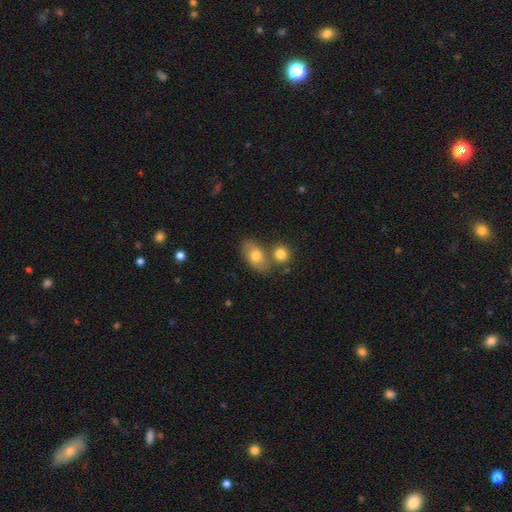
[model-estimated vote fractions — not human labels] The model was most divided on "merging": none: 56%, merger: 25%, minor disturbance: 14%, major disturbance: 5%. More confident: how rounded — in between (83%); smooth or featured — smooth (69%).